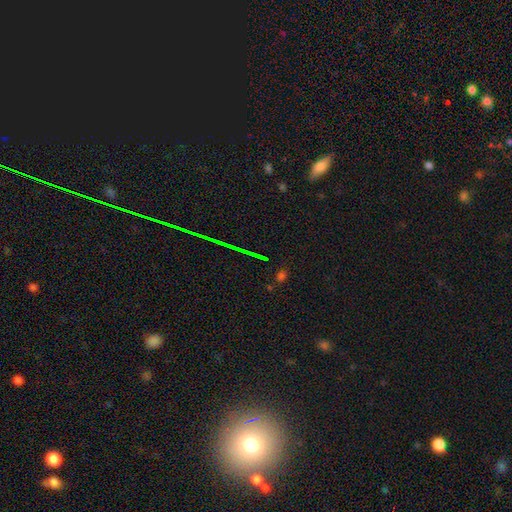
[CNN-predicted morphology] smooth_or_featured: star or artifact (p=0.70) [alt: smooth p=0.17]